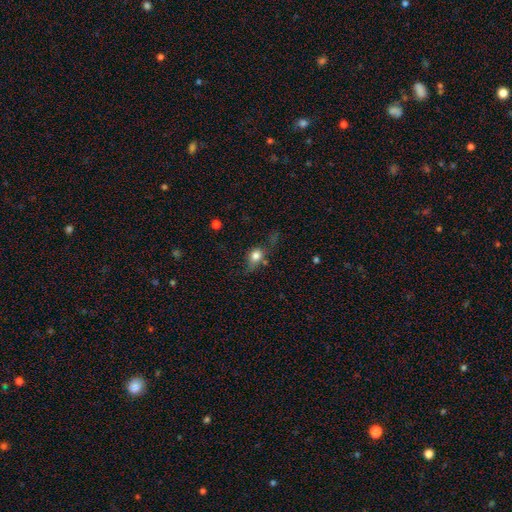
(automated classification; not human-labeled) Q: Smooth or featured?
A: smooth (75%); runner-up: featured or disk (15%)
Q: How rounded?
A: in between (48%); tied with: round (48%)
Q: Merging?
A: none (47%); runner-up: minor disturbance (29%)